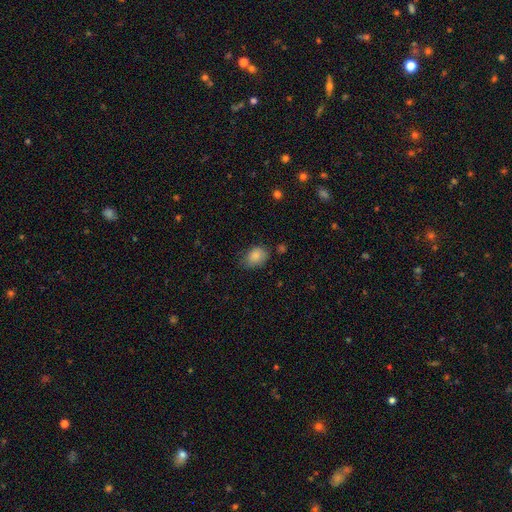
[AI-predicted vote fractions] Smooth or featured?
  - smooth: 85% *
  - star or artifact: 9%
  - featured or disk: 6%
How rounded?
  - in between: 73% *
  - round: 26%
  - cigar-shaped: 1%
Merging?
  - none: 66% *
  - minor disturbance: 26%
  - major disturbance: 6%
  - merger: 2%